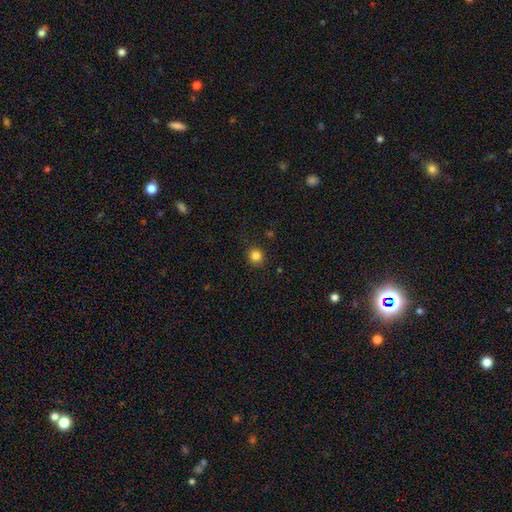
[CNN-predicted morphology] A smooth galaxy with no disk features (84%) that is round (92%). Merging: none (90%).